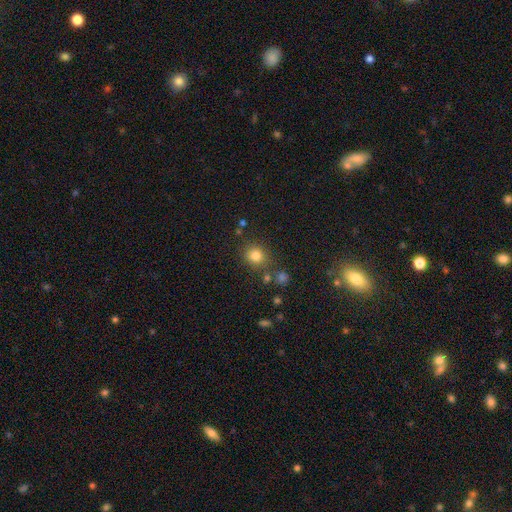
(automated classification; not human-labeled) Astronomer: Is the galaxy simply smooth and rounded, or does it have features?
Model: smooth — 81%.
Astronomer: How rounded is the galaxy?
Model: round — 84%.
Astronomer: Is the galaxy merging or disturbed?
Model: none — 79%.